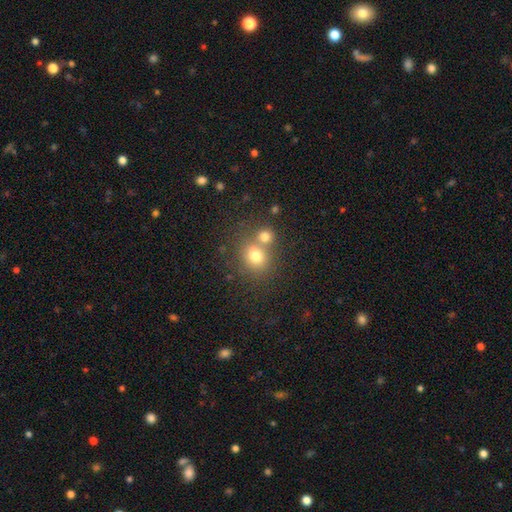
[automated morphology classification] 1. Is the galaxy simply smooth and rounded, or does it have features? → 74% smooth, 14% star or artifact, 12% featured or disk.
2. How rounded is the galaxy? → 77% round, 22% in between, 1% cigar-shaped.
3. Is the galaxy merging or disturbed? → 48% none, 40% merger, 8% minor disturbance, 3% major disturbance.